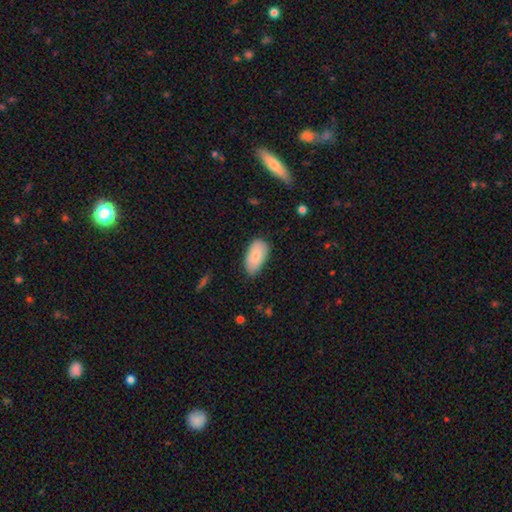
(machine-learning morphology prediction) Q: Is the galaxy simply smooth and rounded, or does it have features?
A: smooth — 79%.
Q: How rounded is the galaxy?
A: in between — 94%.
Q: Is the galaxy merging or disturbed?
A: none — 68%.